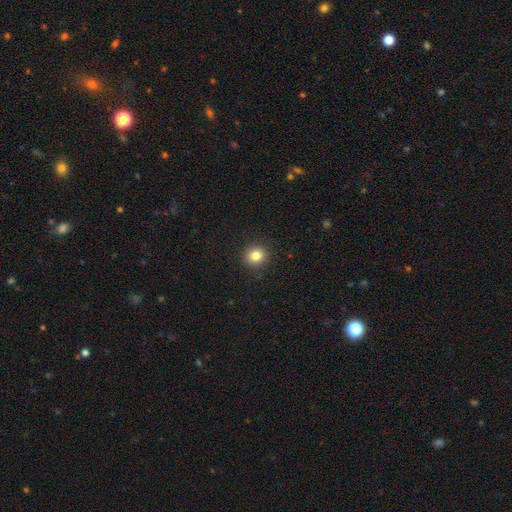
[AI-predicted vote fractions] Overall: smooth (82%). How rounded: round (83%). Merging: none (91%).